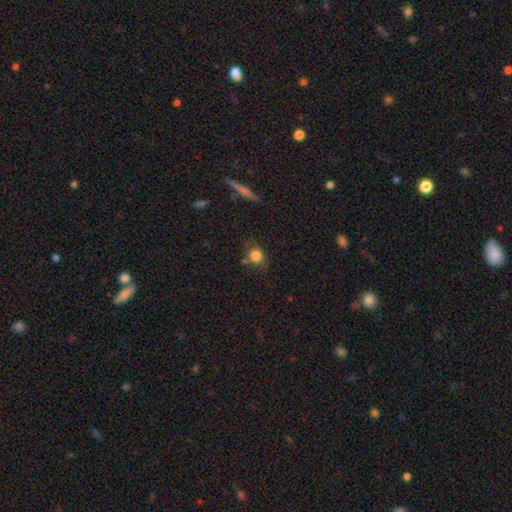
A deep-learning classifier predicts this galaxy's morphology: Smooth or featured?
  - smooth: 80% *
  - star or artifact: 11%
  - featured or disk: 9%
How rounded?
  - round: 62% *
  - in between: 35%
  - cigar-shaped: 2%
Merging?
  - none: 67% *
  - minor disturbance: 19%
  - merger: 9%
  - major disturbance: 6%